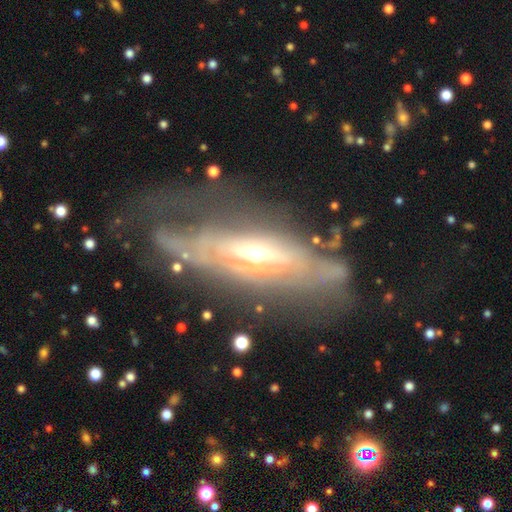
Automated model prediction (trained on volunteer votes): Smooth or featured: featured or disk — 77% (smooth — 16%)
Edge-on disk: no — 64% (yes — 36%)
Merging: major disturbance — 44% (none — 31%)